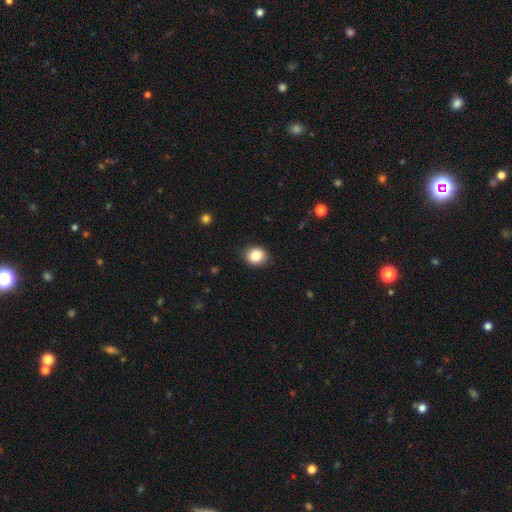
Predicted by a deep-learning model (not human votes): Smooth or featured? Predicted: smooth (p=0.84). How rounded? Predicted: round (p=0.64). Merging? Predicted: none (p=0.89).